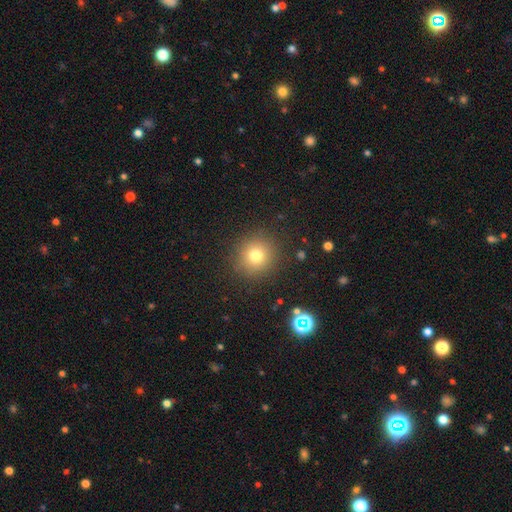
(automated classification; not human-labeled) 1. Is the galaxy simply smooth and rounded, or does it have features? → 76% smooth, 16% star or artifact, 9% featured or disk.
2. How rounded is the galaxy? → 92% round, 7% in between, 1% cigar-shaped.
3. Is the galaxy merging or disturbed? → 89% none, 6% minor disturbance, 3% major disturbance, 1% merger.